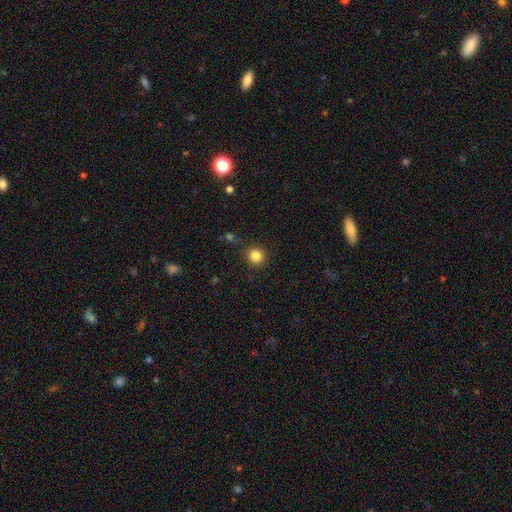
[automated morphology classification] Smooth or featured?
  - smooth: 84% *
  - star or artifact: 12%
  - featured or disk: 4%
How rounded?
  - round: 94% *
  - in between: 5%
  - cigar-shaped: 1%
Merging?
  - none: 87% *
  - minor disturbance: 8%
  - major disturbance: 3%
  - merger: 2%